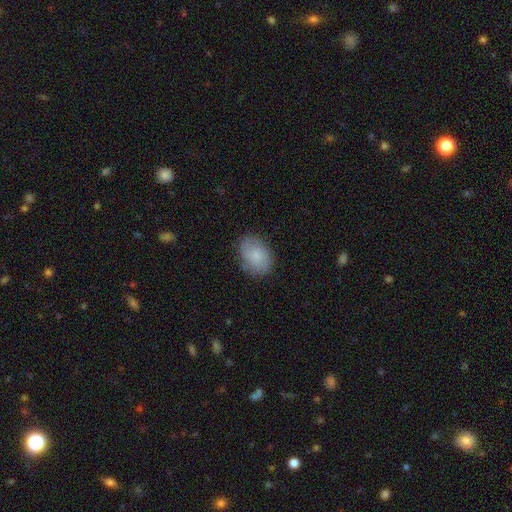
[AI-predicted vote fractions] A smooth galaxy with no disk features (68%) that is in between round and cigar-shaped (78%). Merging: none (78%).